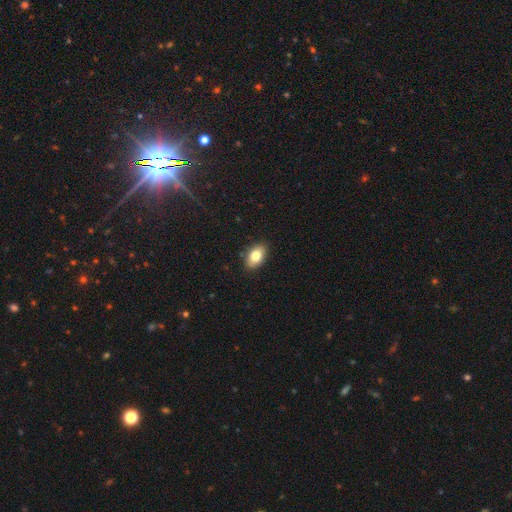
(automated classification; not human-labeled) Q: Smooth or featured?
A: smooth (81%); runner-up: featured or disk (12%)
Q: How rounded?
A: in between (90%); runner-up: round (8%)
Q: Merging?
A: none (87%); runner-up: minor disturbance (10%)